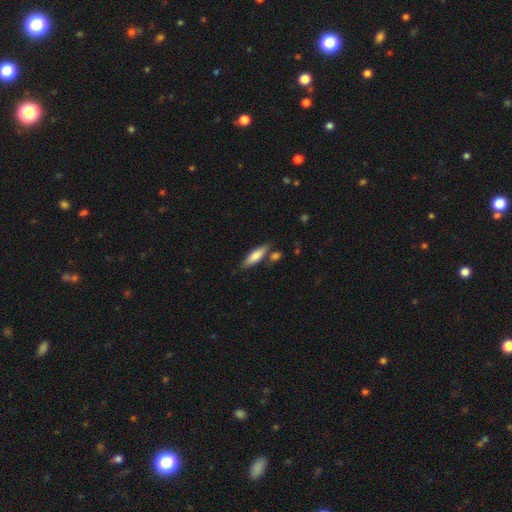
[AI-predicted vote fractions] smooth 76%, featured or disk 19%, star or artifact 6%. Down the decision tree: how rounded — cigar-shaped (53%); merging — none (69%).